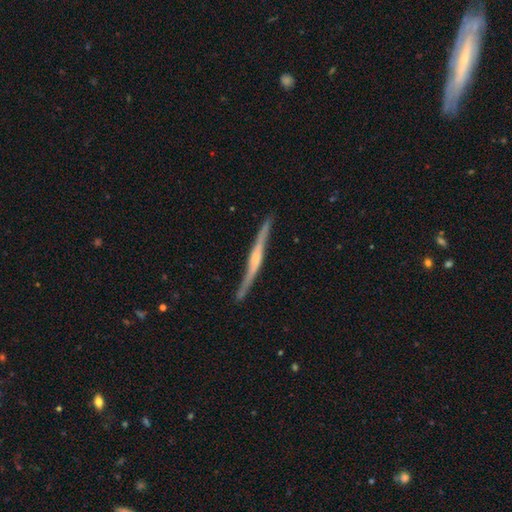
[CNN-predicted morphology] This appears to be a featured or disk galaxy (82%) viewed edge-on (97%) with a rounded central bulge (62%). Merging: none (87%).